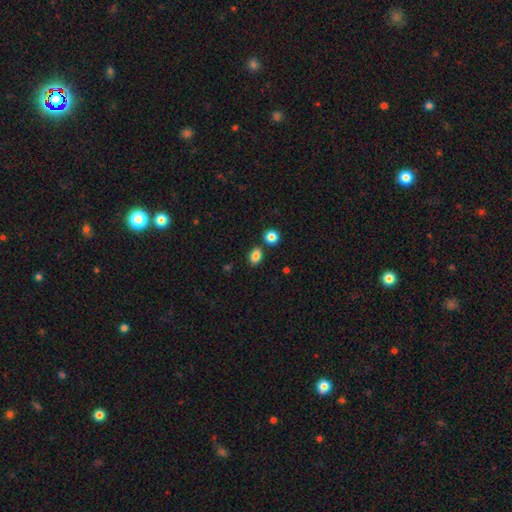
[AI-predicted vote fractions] A smooth galaxy with no disk features (84%) that is in between round and cigar-shaped (74%). Merging: none (77%).